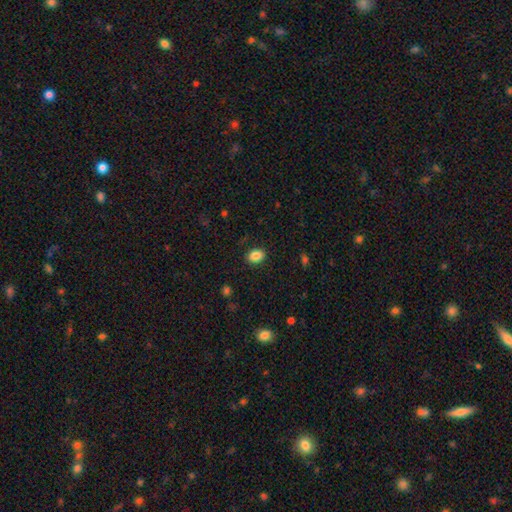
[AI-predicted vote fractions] Smooth or featured? smooth (86%)
How rounded? in between (73%)
Merging? none (88%)